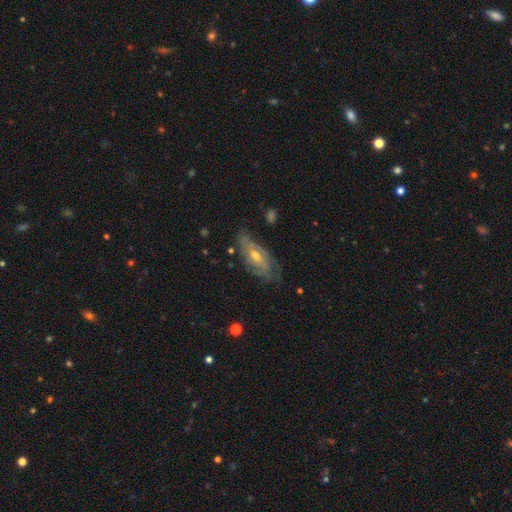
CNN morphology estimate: Smooth or featured: featured or disk — 71% (smooth — 21%)
Edge-on disk: no — 85% (yes — 15%)
Bar: no — 54% (weak — 37%)
Spiral arms: yes — 81% (no — 19%)
Bulge size: moderate — 56% (small — 39%)
Merging: none — 65% (minor disturbance — 24%)